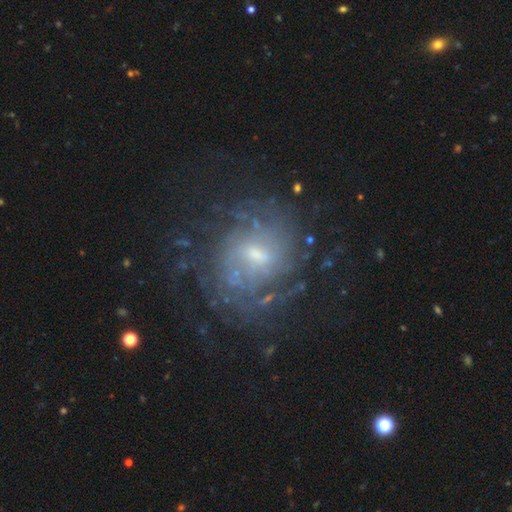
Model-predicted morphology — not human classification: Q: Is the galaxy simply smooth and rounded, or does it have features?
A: featured or disk — 79%.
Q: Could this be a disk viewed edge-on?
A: no — 97%.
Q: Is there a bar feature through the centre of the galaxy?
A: weak — 55%.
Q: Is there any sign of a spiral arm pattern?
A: yes — 88%.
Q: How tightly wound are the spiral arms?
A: tight — 57%.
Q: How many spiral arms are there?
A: can't tell — 51%.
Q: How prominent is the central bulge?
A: small — 54%.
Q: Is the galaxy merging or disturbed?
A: none — 71%.